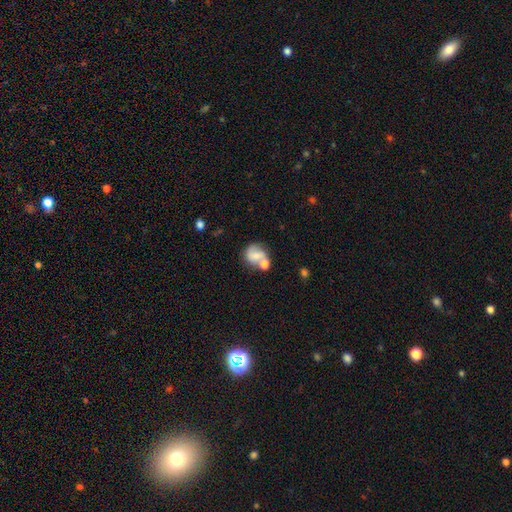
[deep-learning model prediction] A smooth galaxy with no disk features (54%) that is round (64%).

Vote fractions:
- Smooth or featured? smooth: 54% / featured or disk: 36% / star or artifact: 10%
- How rounded? round: 64% / in between: 35% / cigar-shaped: 1%
- Merging? merger: 40% / none: 36% / minor disturbance: 16% / major disturbance: 8%